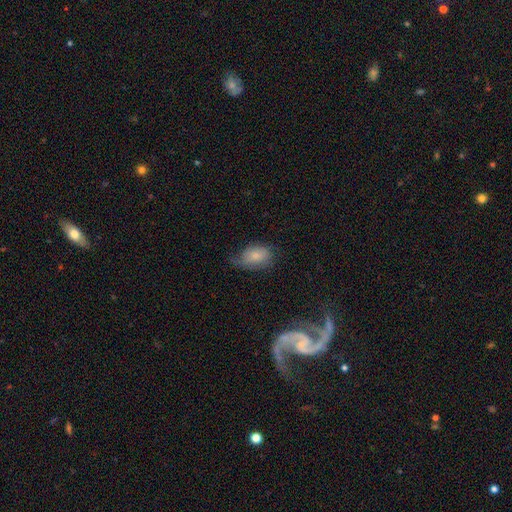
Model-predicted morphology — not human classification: Overall: smooth (70%). How rounded: in between (80%). Merging: none (43%; minor disturbance 35%).